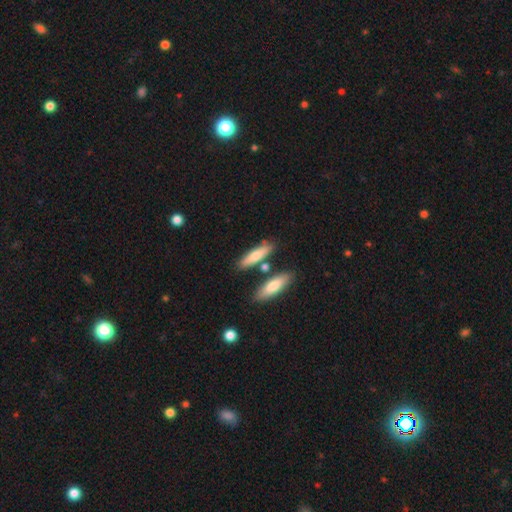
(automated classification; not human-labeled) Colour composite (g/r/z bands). It shows a smooth galaxy with no disk features (71%) that is cigar-shaped (66%). Merging: none (72%).